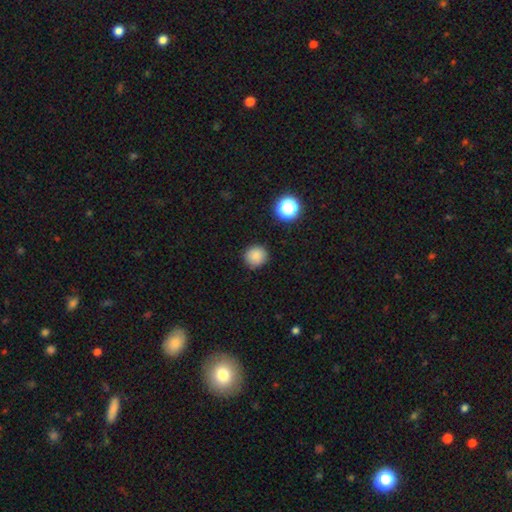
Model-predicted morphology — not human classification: smooth 84%, star or artifact 12%, featured or disk 4%. Down the decision tree: how rounded — round (92%); merging — none (90%).